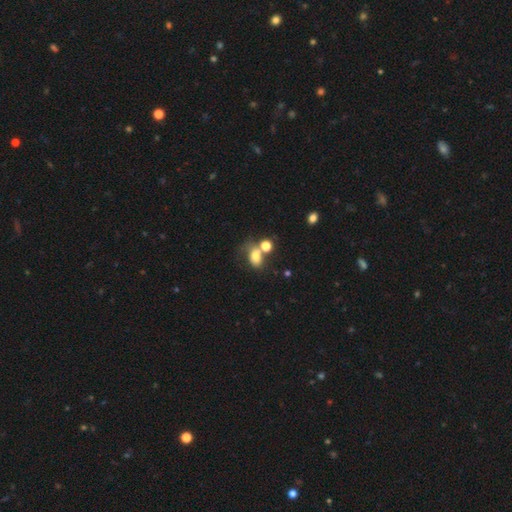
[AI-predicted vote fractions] The model was most divided on "merging": merger: 39%, none: 37%, minor disturbance: 14%, major disturbance: 10%. More confident: smooth or featured — smooth (73%); how rounded — in between (68%).